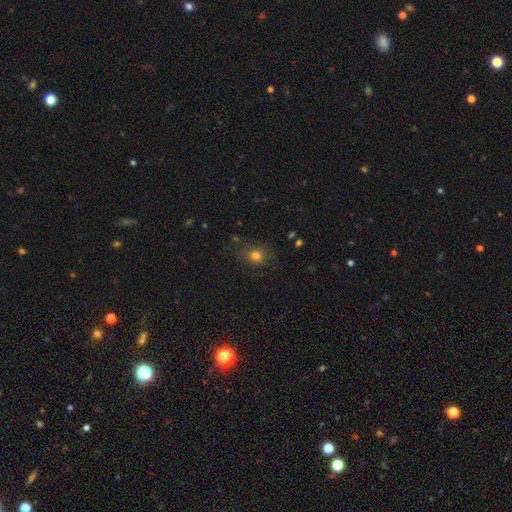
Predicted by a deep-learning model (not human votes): smooth-or-featured: smooth: 78% | star or artifact: 13% | featured or disk: 8%
  how-rounded: round: 64% | in between: 35% | cigar-shaped: 1%
  merging: none: 77% | minor disturbance: 16% | major disturbance: 6% | merger: 2%